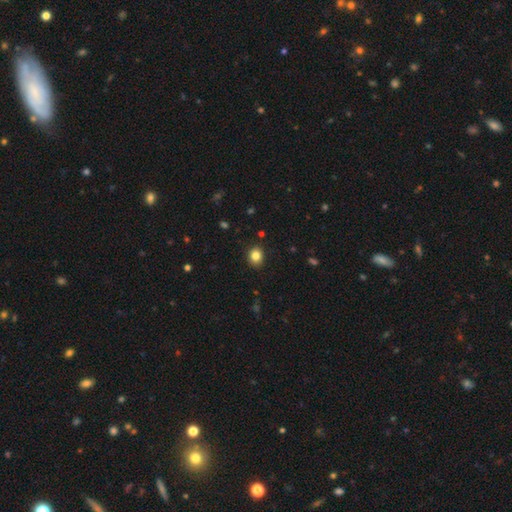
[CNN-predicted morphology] A smooth galaxy with no disk features (84%) that is round (63%).

Vote fractions:
- Smooth or featured? smooth: 84% / star or artifact: 11% / featured or disk: 5%
- How rounded? round: 63% / in between: 37% / cigar-shaped: 1%
- Merging? none: 90% / minor disturbance: 7% / major disturbance: 2% / merger: 1%